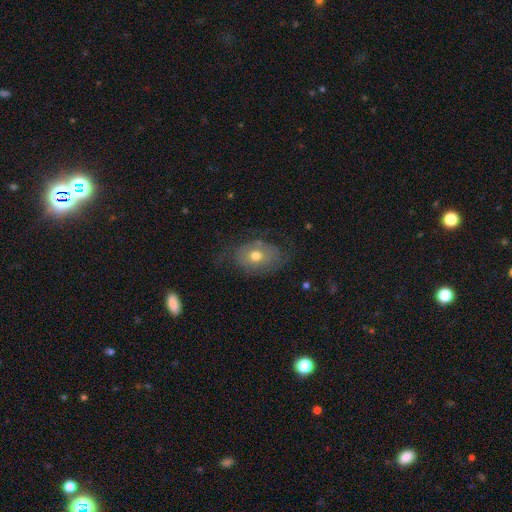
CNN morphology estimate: smooth-or-featured: smooth: 49% | featured or disk: 43% | star or artifact: 9%
  merging: none: 53% | minor disturbance: 24% | major disturbance: 20% | merger: 2%